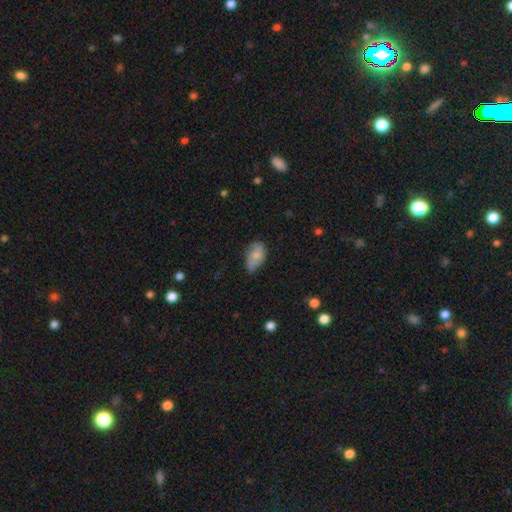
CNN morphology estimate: Smooth or featured: smooth — 68% (featured or disk — 25%)
How rounded: in between — 90% (round — 8%)
Merging: none — 50% (minor disturbance — 37%)